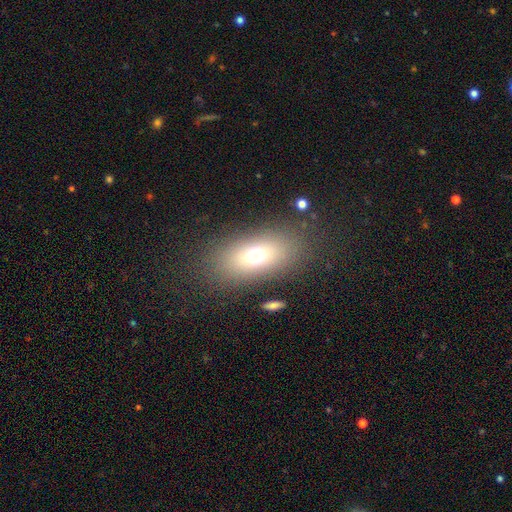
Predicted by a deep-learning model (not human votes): smooth_or_featured: smooth (p=0.69) [alt: featured or disk p=0.18]
how_rounded: in between (p=0.81) [alt: round p=0.11]
merging: none (p=0.81) [alt: minor disturbance p=0.10]